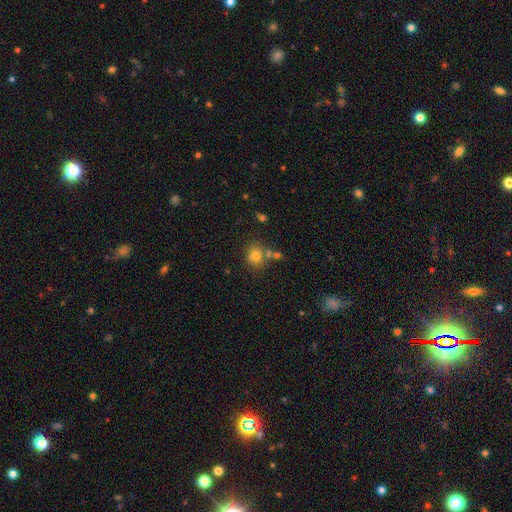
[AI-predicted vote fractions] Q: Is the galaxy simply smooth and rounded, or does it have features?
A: smooth — 76%.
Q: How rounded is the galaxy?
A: round — 70%.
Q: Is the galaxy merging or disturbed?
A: none — 63%.